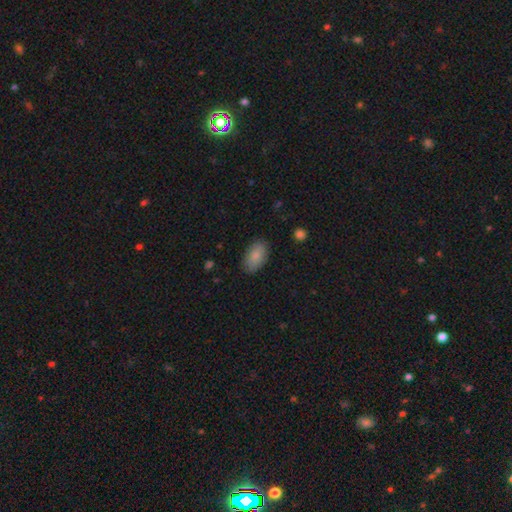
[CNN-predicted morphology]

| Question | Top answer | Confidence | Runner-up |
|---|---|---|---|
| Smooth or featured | smooth | 85% | featured or disk (8%) |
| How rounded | in between | 94% | round (4%) |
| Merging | none | 85% | minor disturbance (12%) |